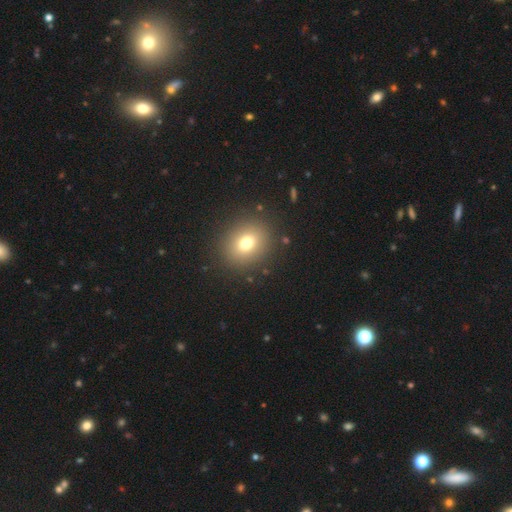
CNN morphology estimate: This is likely a smooth galaxy (65%). How rounded: likely round (76%). Merging: clearly none (91%).